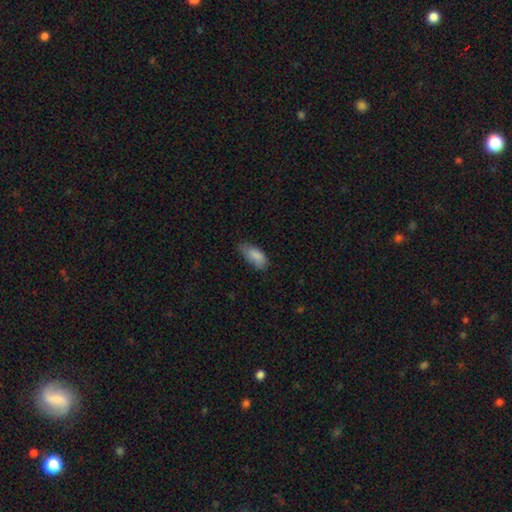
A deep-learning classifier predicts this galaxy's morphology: This appears to be a smooth galaxy with no disk features (85%) that is in between round and cigar-shaped (90%). Merging: none (52%).